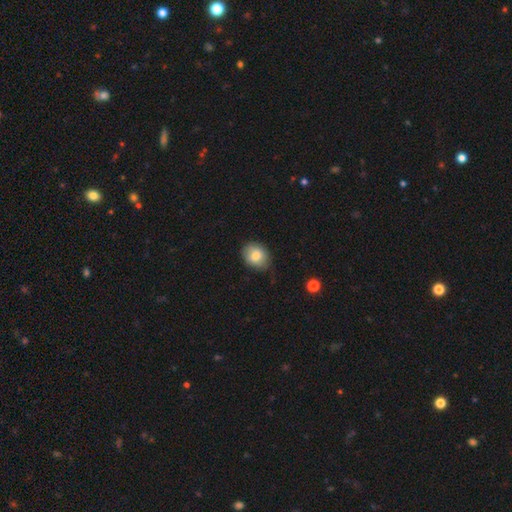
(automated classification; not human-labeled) smooth_or_featured: smooth (p=0.80) [alt: featured or disk p=0.12]
how_rounded: in between (p=0.52) [alt: round p=0.47]
merging: none (p=0.73) [alt: minor disturbance p=0.23]